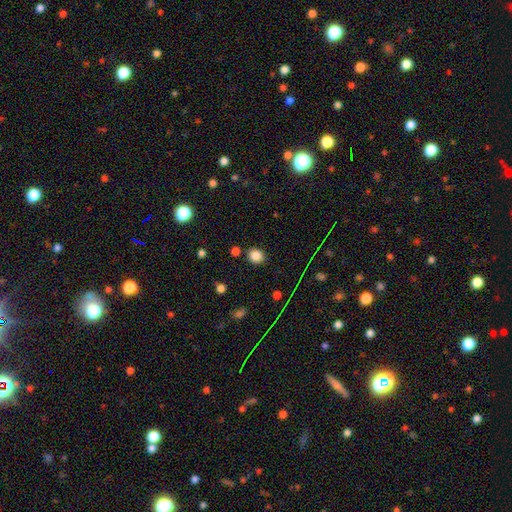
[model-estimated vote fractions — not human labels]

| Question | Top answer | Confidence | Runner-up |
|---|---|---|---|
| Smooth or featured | smooth | 82% | star or artifact (13%) |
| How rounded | round | 59% | in between (40%) |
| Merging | none | 84% | minor disturbance (9%) |